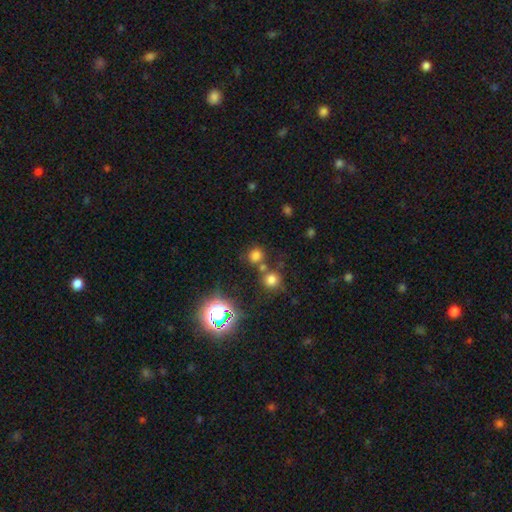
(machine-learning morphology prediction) smooth-or-featured: smooth: 68% | star or artifact: 26% | featured or disk: 6%
  how-rounded: round: 85% | in between: 14% | cigar-shaped: 1%
  merging: none: 68% | merger: 19% | minor disturbance: 9% | major disturbance: 4%